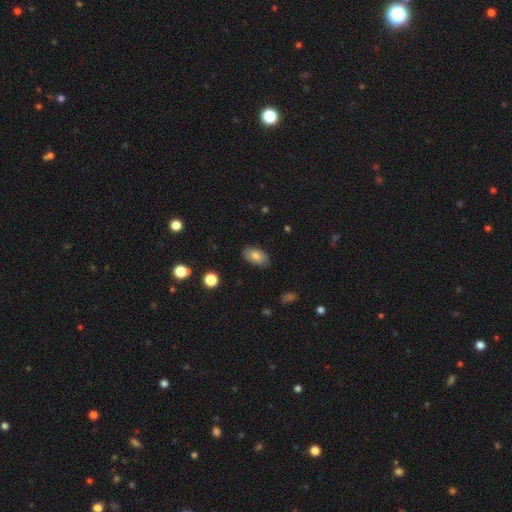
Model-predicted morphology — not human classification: type=smooth (78%); roundness=in between (92%); merging=none (86%).